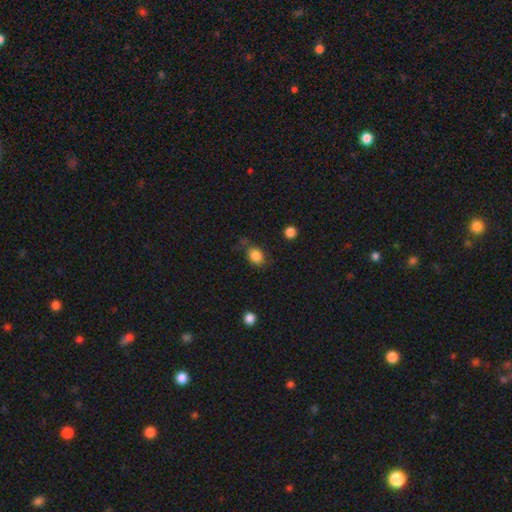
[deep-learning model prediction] smooth_or_featured: smooth (p=0.85) [alt: star or artifact p=0.10]
how_rounded: round (p=0.55) [alt: in between p=0.44]
merging: none (p=0.68) [alt: minor disturbance p=0.21]